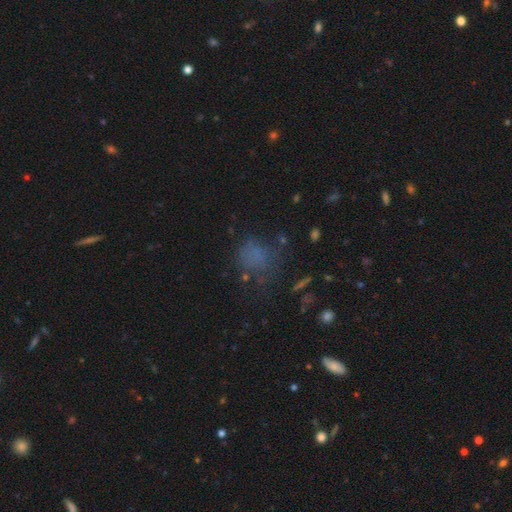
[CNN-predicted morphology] Smooth or featured: smooth — 59% (star or artifact — 25%)
How rounded: round — 64% (in between — 34%)
Merging: none — 52% (minor disturbance — 22%)